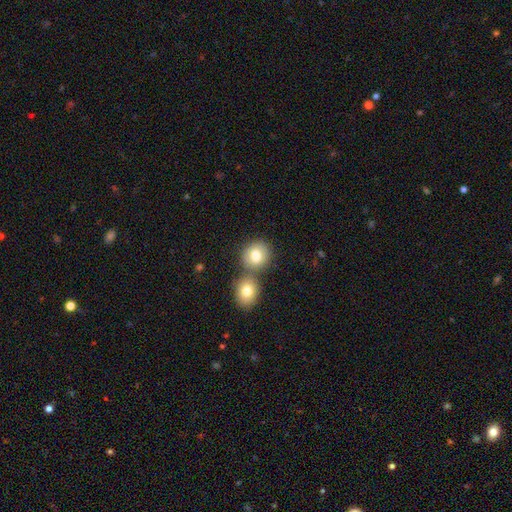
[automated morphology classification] Smooth or featured? Predicted: smooth (p=0.79). How rounded? Predicted: round (p=0.78). Merging? Predicted: none (p=0.57).